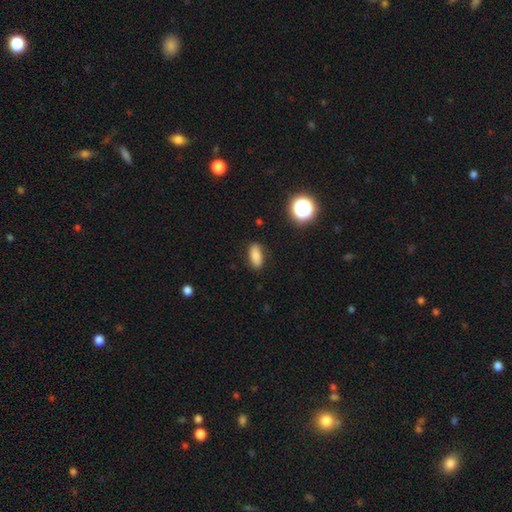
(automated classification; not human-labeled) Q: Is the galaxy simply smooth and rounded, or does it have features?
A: smooth — 82%.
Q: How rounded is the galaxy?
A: in between — 81%.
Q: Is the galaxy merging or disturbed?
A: none — 84%.